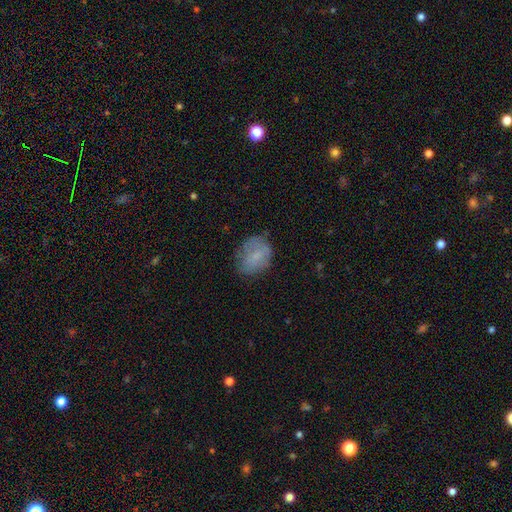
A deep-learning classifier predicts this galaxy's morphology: Smooth or featured: smooth — 72% (featured or disk — 20%)
How rounded: in between — 56% (round — 43%)
Merging: none — 63% (minor disturbance — 26%)